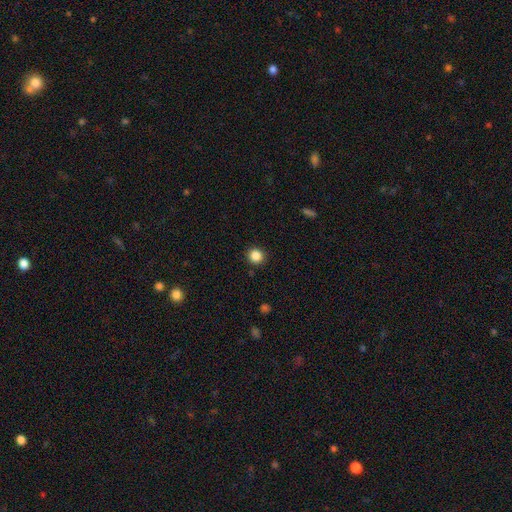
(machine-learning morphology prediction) smooth_or_featured: smooth (p=0.86) [alt: star or artifact p=0.11]
how_rounded: round (p=0.92) [alt: in between p=0.07]
merging: none (p=0.91) [alt: minor disturbance p=0.06]